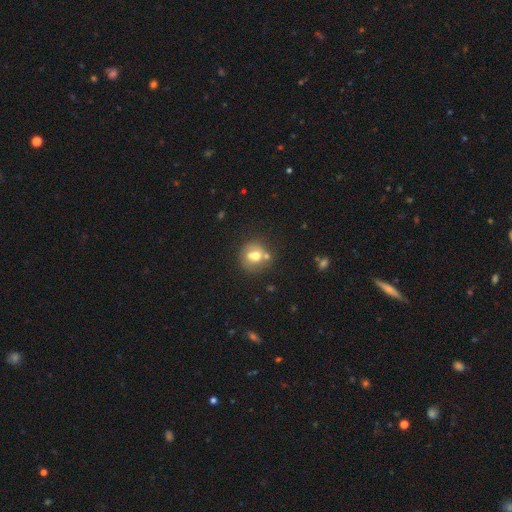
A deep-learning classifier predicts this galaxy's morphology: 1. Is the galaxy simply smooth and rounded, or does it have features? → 64% smooth, 26% featured or disk, 11% star or artifact.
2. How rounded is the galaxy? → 81% round, 18% in between, 1% cigar-shaped.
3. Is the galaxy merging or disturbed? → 51% none, 31% merger, 13% minor disturbance, 5% major disturbance.